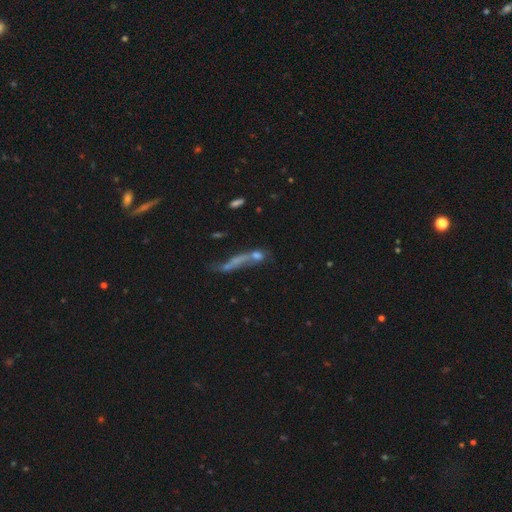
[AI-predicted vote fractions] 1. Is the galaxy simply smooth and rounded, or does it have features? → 43% smooth, 39% featured or disk, 17% star or artifact.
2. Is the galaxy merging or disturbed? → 32% merger, 30% none, 23% major disturbance, 15% minor disturbance.